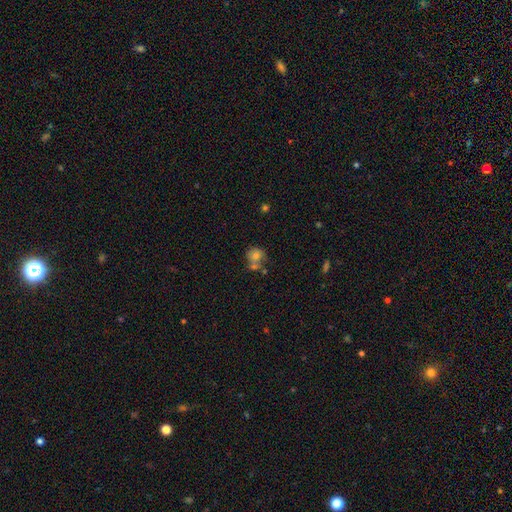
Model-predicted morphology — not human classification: smooth-or-featured: smooth: 70% | featured or disk: 18% | star or artifact: 12%
  how-rounded: round: 77% | in between: 22% | cigar-shaped: 1%
  merging: none: 46% | merger: 31% | minor disturbance: 16% | major disturbance: 7%